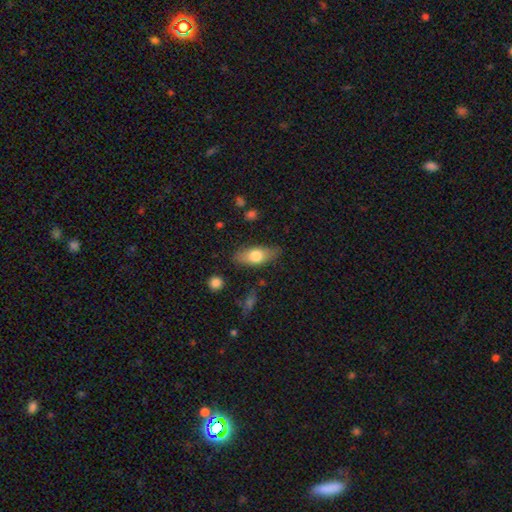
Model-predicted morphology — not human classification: Smooth or featured? Predicted: smooth (p=0.72). How rounded? Predicted: in between (p=0.82). Merging? Predicted: none (p=0.79).